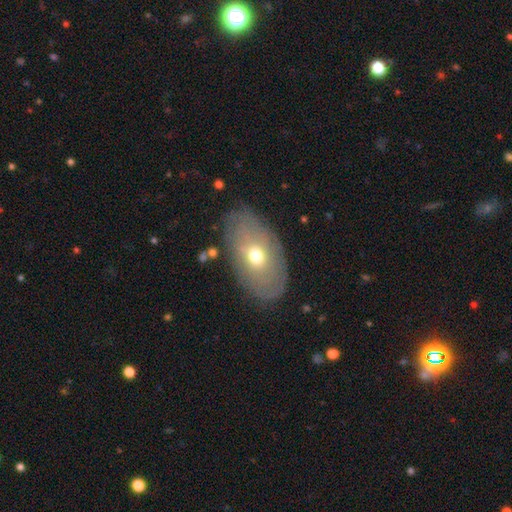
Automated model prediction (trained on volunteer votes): Q: Smooth or featured?
A: smooth (49%); runner-up: featured or disk (43%)
Q: Merging?
A: none (77%); runner-up: minor disturbance (15%)